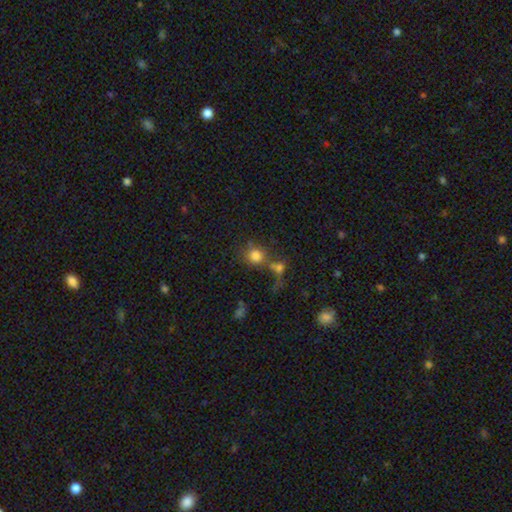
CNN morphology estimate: type=smooth (79%); roundness=round (83%); merging=none (47%).